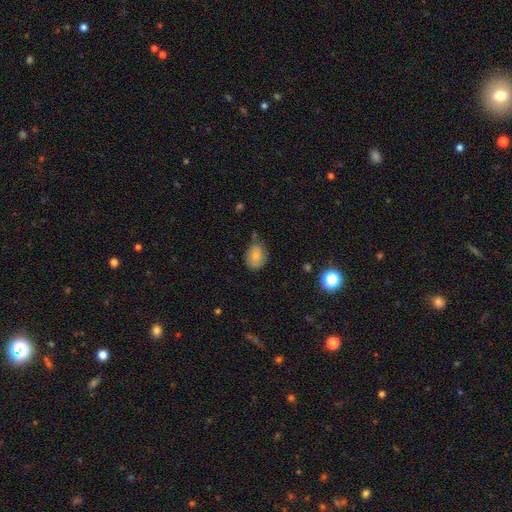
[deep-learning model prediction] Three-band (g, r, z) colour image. It shows a smooth galaxy with no disk features (78%) that is in between round and cigar-shaped (64%). Merging: none (64%).